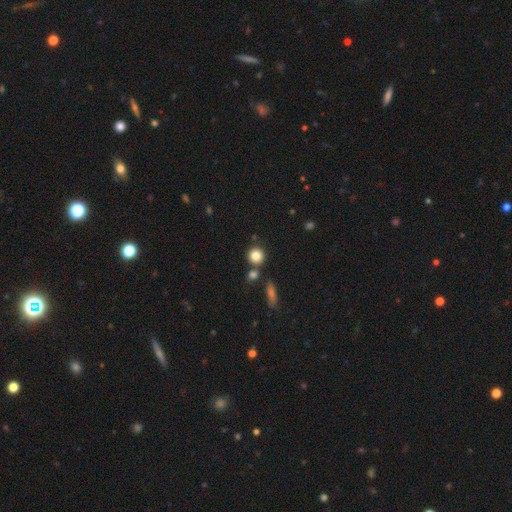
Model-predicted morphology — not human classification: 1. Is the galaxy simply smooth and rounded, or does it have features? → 82% smooth, 10% star or artifact, 8% featured or disk.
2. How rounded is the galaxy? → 89% round, 10% in between, 1% cigar-shaped.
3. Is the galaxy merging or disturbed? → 73% none, 15% merger, 9% minor disturbance, 3% major disturbance.